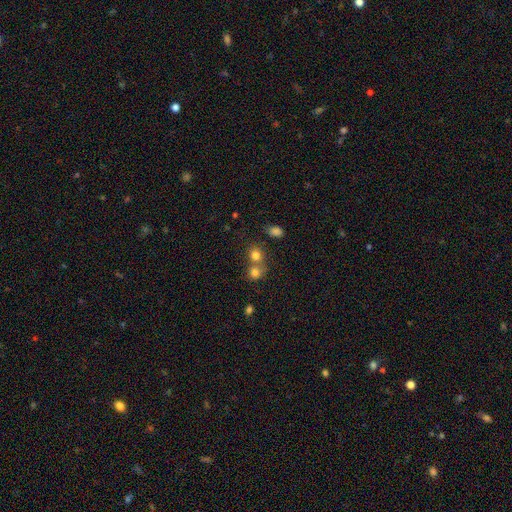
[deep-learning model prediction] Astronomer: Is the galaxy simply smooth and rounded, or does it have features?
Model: smooth — 78%.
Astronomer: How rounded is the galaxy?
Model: round — 80%.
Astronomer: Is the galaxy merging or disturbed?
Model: none — 47% (runner-up: merger, 43%).